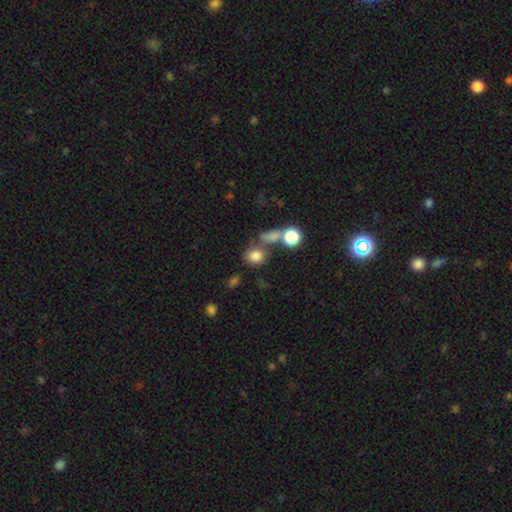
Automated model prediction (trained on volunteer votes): A smooth galaxy with no disk features (78%) that is round (61%).

Vote fractions:
- Smooth or featured? smooth: 78% / star or artifact: 14% / featured or disk: 7%
- How rounded? round: 61% / in between: 38% / cigar-shaped: 2%
- Merging? none: 59% / merger: 22% / minor disturbance: 13% / major disturbance: 7%